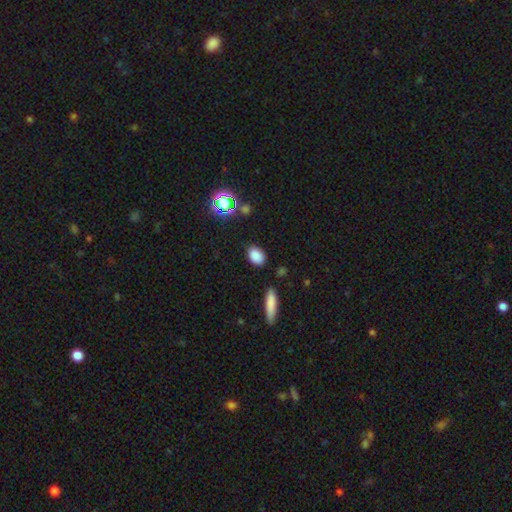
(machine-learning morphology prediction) This appears to be a smooth galaxy with no disk features (83%) that is in between round and cigar-shaped (80%). Merging: none (83%).